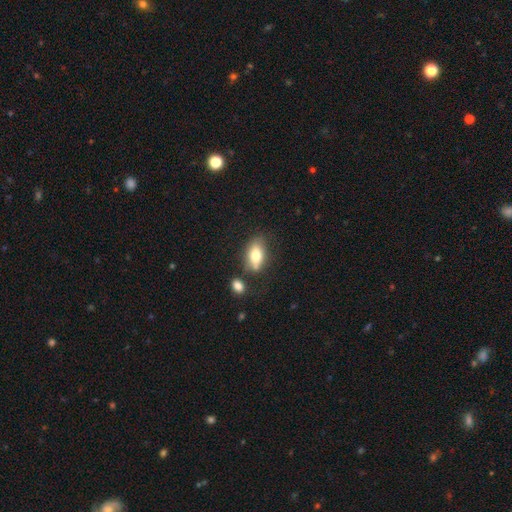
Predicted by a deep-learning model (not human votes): Smooth or featured: smooth — 74% (featured or disk — 18%)
How rounded: in between — 88% (round — 6%)
Merging: none — 61% (minor disturbance — 19%)